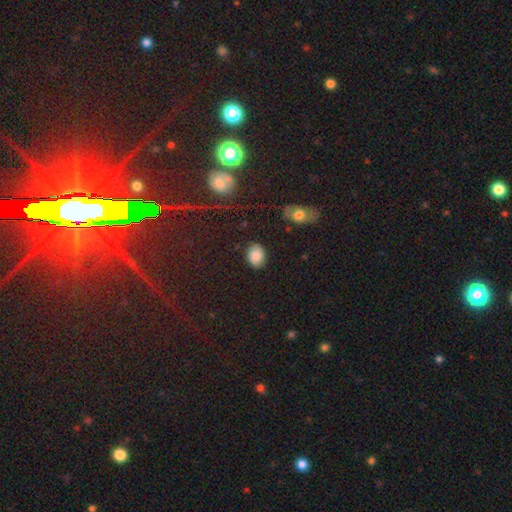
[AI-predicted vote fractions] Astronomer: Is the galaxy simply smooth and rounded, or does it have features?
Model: smooth — 85%.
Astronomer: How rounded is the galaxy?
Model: in between — 70%.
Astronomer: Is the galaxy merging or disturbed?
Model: none — 82%.